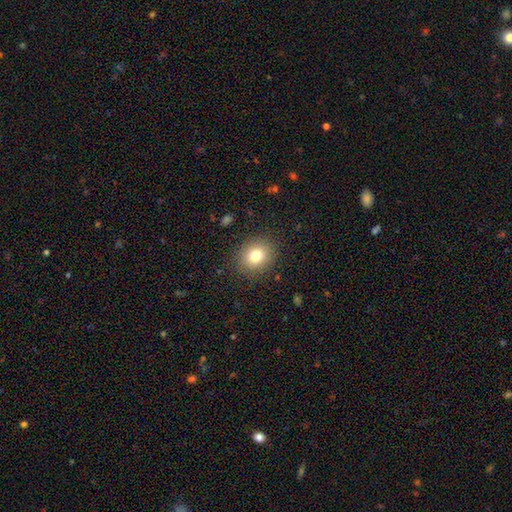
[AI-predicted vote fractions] Smooth or featured?
  - smooth: 80% *
  - star or artifact: 11%
  - featured or disk: 9%
How rounded?
  - round: 69% *
  - in between: 30%
  - cigar-shaped: 1%
Merging?
  - none: 88% *
  - minor disturbance: 8%
  - major disturbance: 3%
  - merger: 1%